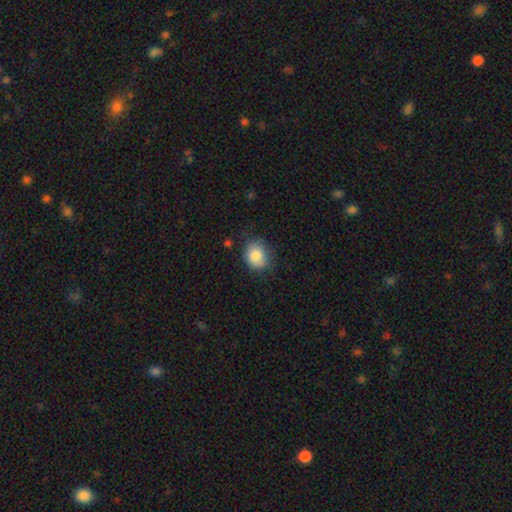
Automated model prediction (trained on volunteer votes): This is clearly a smooth galaxy (85%). How rounded: likely round (63%). Merging: likely none (72%).